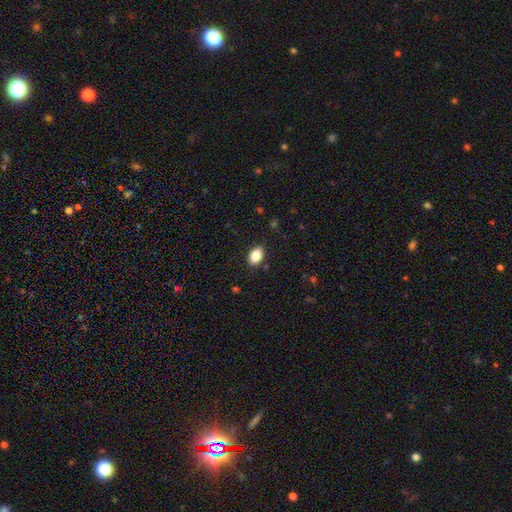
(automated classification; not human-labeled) Smooth or featured? Predicted: smooth (p=0.85). How rounded? Predicted: in between (p=0.88). Merging? Predicted: none (p=0.88).